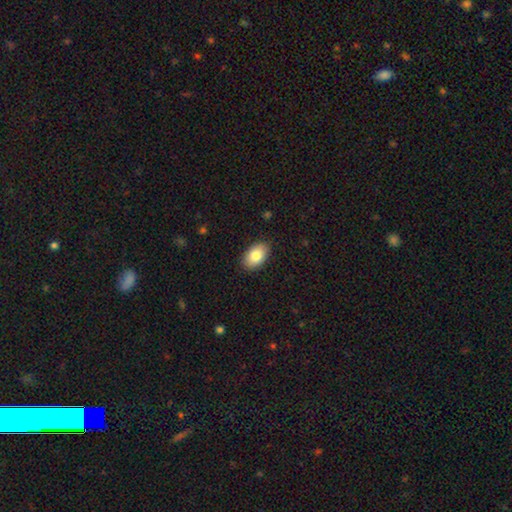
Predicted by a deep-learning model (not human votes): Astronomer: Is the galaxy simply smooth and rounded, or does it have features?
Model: smooth — 83%.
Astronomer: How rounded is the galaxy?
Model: in between — 92%.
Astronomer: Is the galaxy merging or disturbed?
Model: none — 88%.